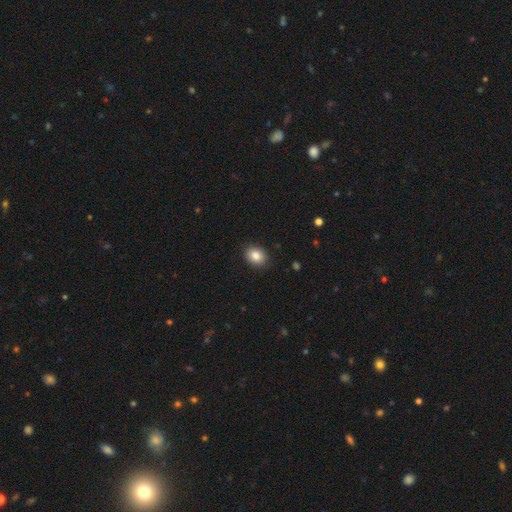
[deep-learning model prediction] smooth-or-featured: smooth: 85% | star or artifact: 9% | featured or disk: 6%
  how-rounded: in between: 55% | round: 44% | cigar-shaped: 1%
  merging: none: 89% | minor disturbance: 8% | major disturbance: 2% | merger: 1%